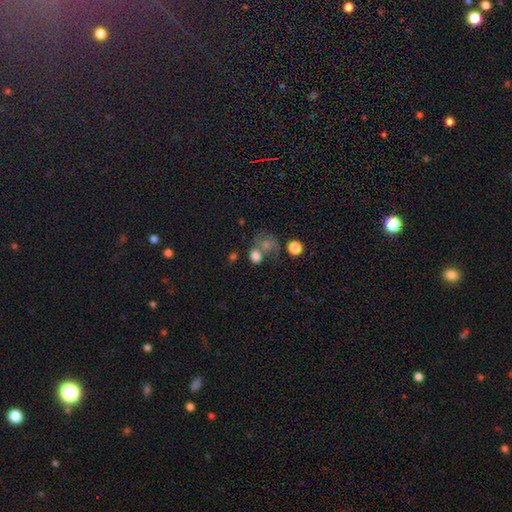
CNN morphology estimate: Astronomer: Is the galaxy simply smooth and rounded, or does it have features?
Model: smooth — 71%.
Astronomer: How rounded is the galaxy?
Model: round — 54% (runner-up: in between, 45%).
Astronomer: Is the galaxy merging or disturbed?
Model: merger — 40% (runner-up: none, 33%).